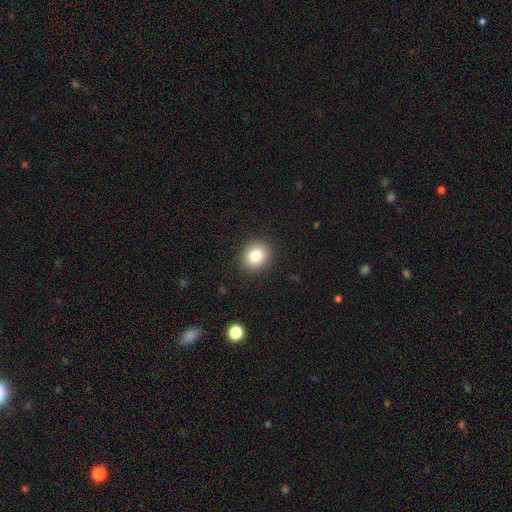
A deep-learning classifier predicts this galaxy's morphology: Smooth or featured? smooth (81%)
How rounded? round (80%)
Merging? none (91%)